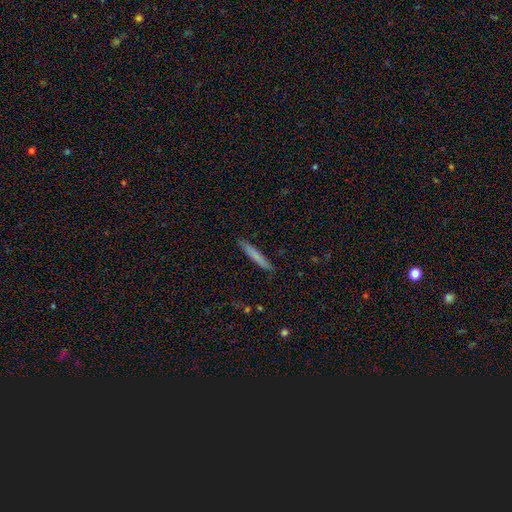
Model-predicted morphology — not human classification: Smooth or featured? Predicted: smooth (p=0.73). How rounded? Predicted: cigar-shaped (p=0.96). Merging? Predicted: none (p=0.90).